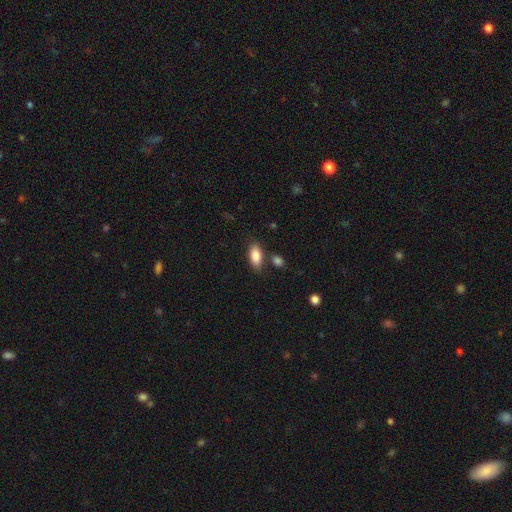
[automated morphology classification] Smooth or featured? Predicted: smooth (p=0.87). How rounded? Predicted: in between (p=0.90). Merging? Predicted: none (p=0.76).